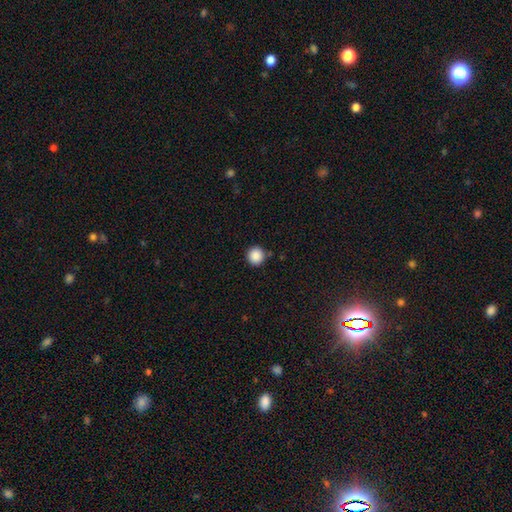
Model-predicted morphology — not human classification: Overall: smooth (88%). How rounded: round (95%). Merging: none (89%).